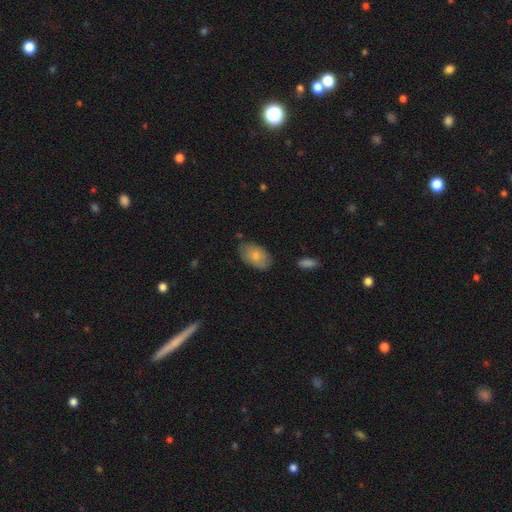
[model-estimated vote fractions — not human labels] Smooth or featured?
  - smooth: 80% *
  - featured or disk: 14%
  - star or artifact: 6%
How rounded?
  - in between: 92% *
  - round: 7%
  - cigar-shaped: 1%
Merging?
  - none: 77% *
  - minor disturbance: 17%
  - major disturbance: 3%
  - merger: 2%